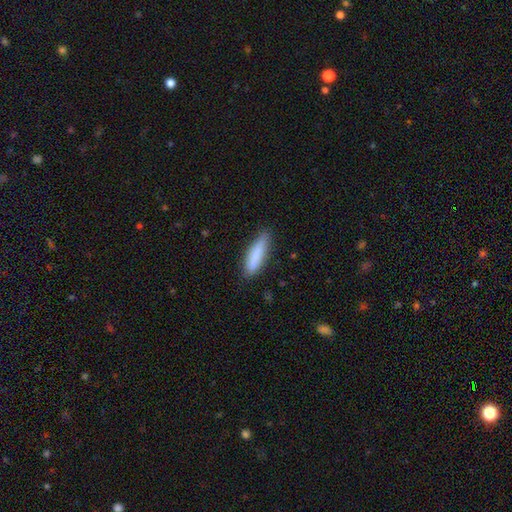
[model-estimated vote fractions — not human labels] Smooth or featured? smooth (85%)
How rounded? cigar-shaped (69%)
Merging? none (81%)